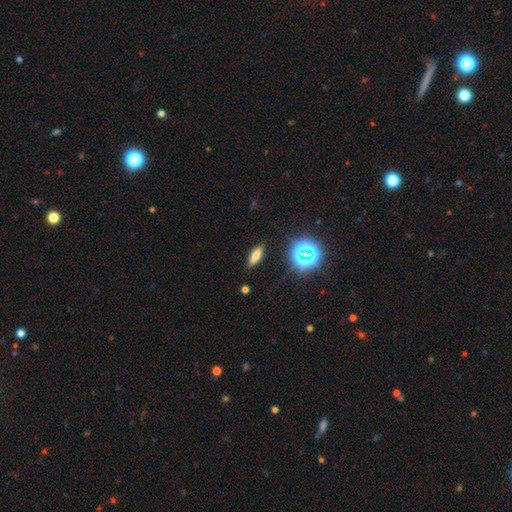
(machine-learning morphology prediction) Q: Smooth or featured?
A: smooth (67%); runner-up: star or artifact (17%)
Q: How rounded?
A: cigar-shaped (52%); runner-up: in between (43%)
Q: Merging?
A: none (85%); runner-up: minor disturbance (10%)